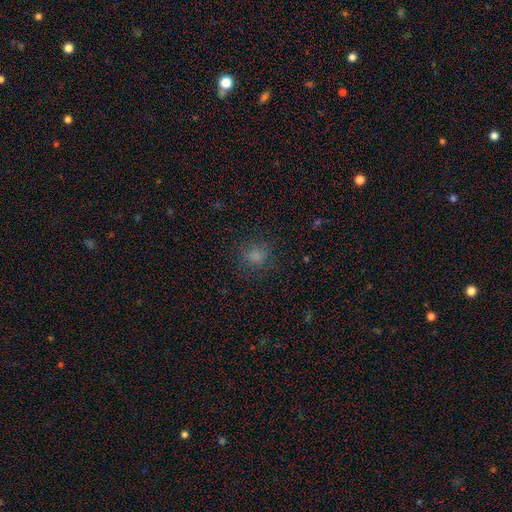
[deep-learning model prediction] Smooth or featured? smooth (77%)
How rounded? round (85%)
Merging? none (80%)